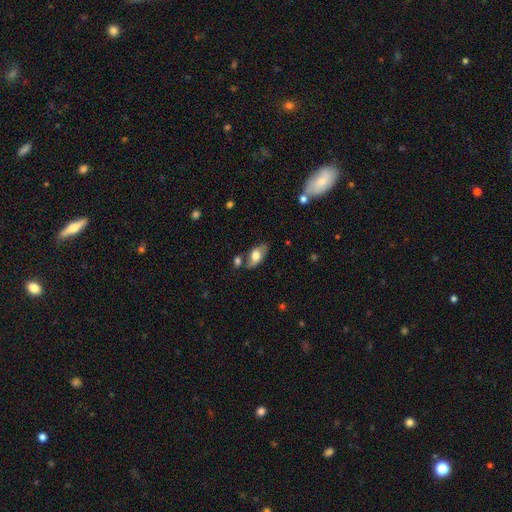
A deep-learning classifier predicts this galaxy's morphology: Smooth or featured? Predicted: smooth (p=0.60). How rounded? Predicted: in between (p=0.88). Merging? Predicted: none (p=0.62).